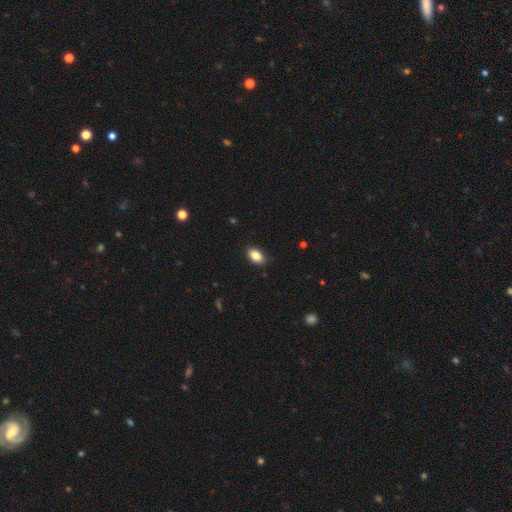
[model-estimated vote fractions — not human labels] A smooth galaxy with no disk features (86%) that is in between round and cigar-shaped (89%). Merging: none (88%).